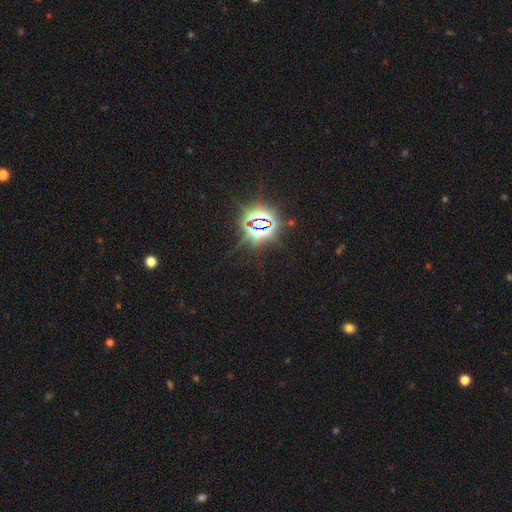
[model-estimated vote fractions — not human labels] smooth_or_featured: star or artifact (p=0.84) [alt: smooth p=0.10]